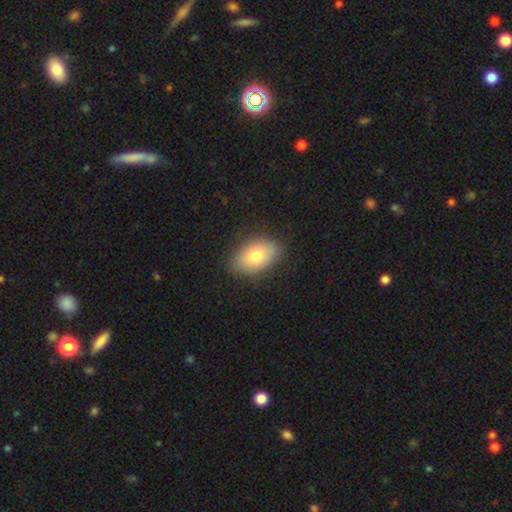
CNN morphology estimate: The model was most divided on "smooth or featured": smooth: 78%, featured or disk: 15%, star or artifact: 7%. More confident: how rounded — in between (89%); merging — none (84%).